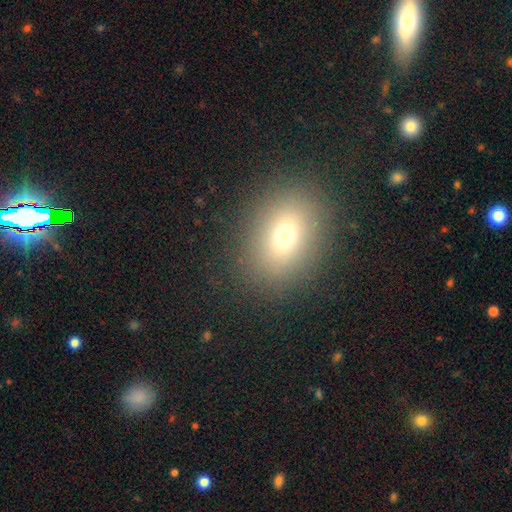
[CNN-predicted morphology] smooth 70%, star or artifact 17%, featured or disk 13%. Down the decision tree: how rounded — in between (63%); merging — none (88%).